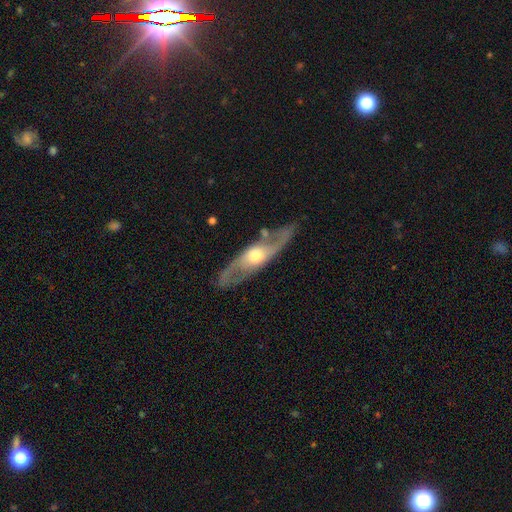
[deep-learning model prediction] Smooth or featured: featured or disk — 78% (smooth — 18%)
Edge-on disk: no — 69% (yes — 31%)
Bar: no — 71% (weak — 22%)
Spiral arms: yes — 79% (no — 21%)
Bulge size: moderate — 67% (large — 16%)
Merging: none — 75% (minor disturbance — 15%)